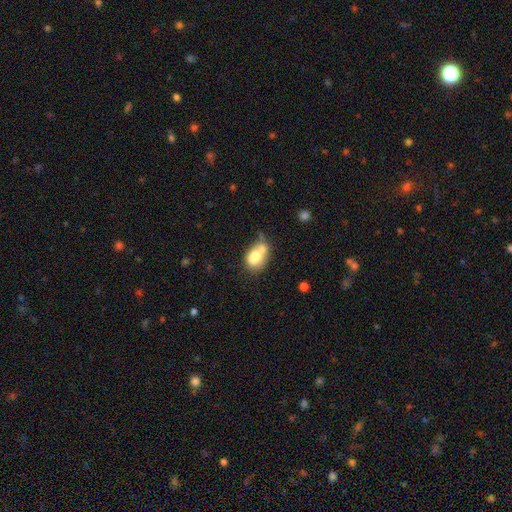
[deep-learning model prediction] Smooth or featured? smooth (66%)
How rounded? in between (68%)
Merging? merger (51%)